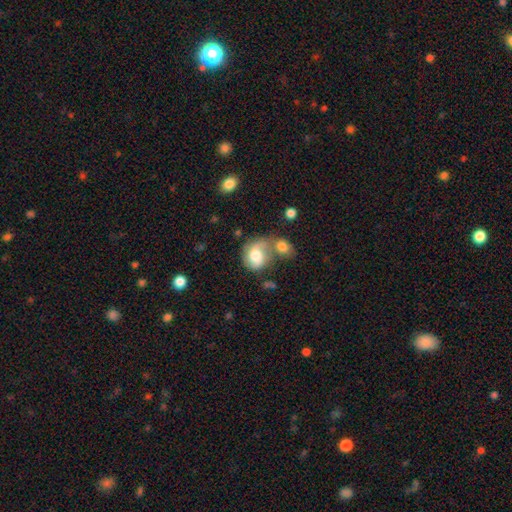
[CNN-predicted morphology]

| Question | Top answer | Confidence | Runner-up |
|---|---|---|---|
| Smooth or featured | smooth | 55% | featured or disk (36%) |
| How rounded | round | 55% | in between (44%) |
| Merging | merger | 43% | none (27%) |